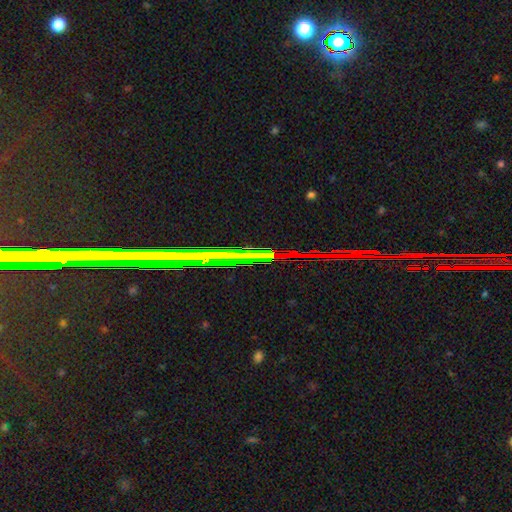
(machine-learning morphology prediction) A star or artifact, not a galaxy (79%).